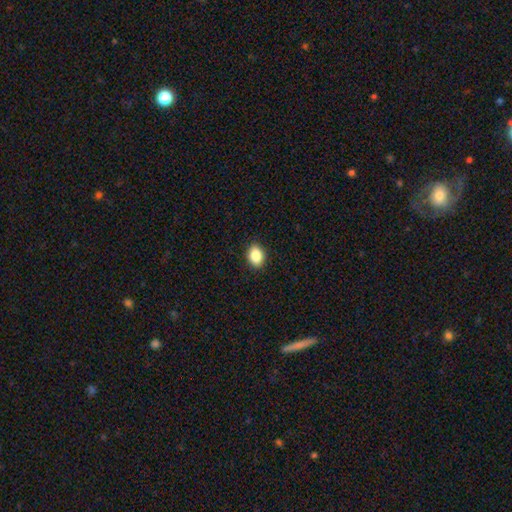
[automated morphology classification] A smooth galaxy with no disk features (86%) that is in between round and cigar-shaped (73%). Merging: none (90%).